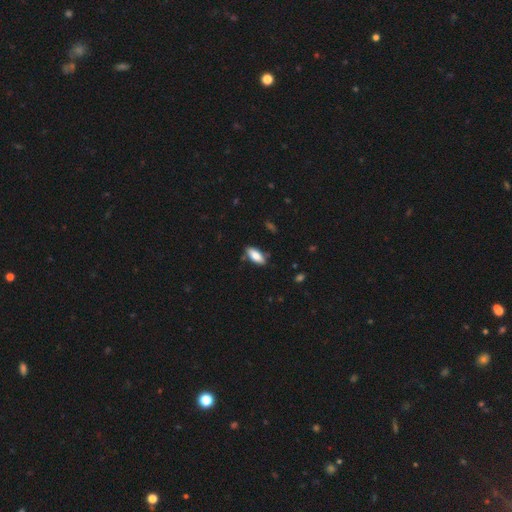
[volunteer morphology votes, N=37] Smooth or featured: smooth — 92% (featured or disk — 5%)
How rounded: in between — 79% (cigar-shaped — 18%)
Merging: none — 86% (minor disturbance — 6%)